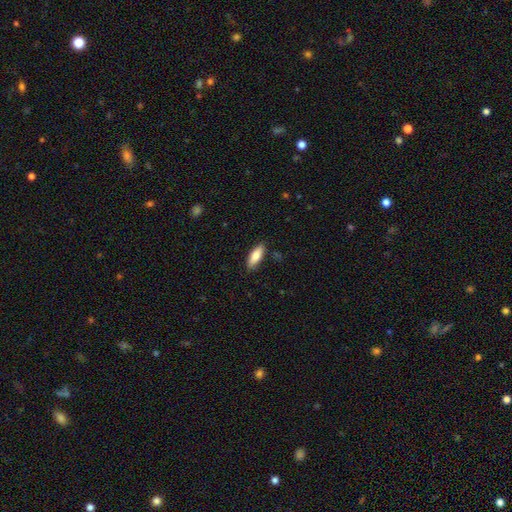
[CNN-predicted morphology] This is likely a smooth galaxy (80%). How rounded: likely in between (70%). Merging: clearly none (85%).